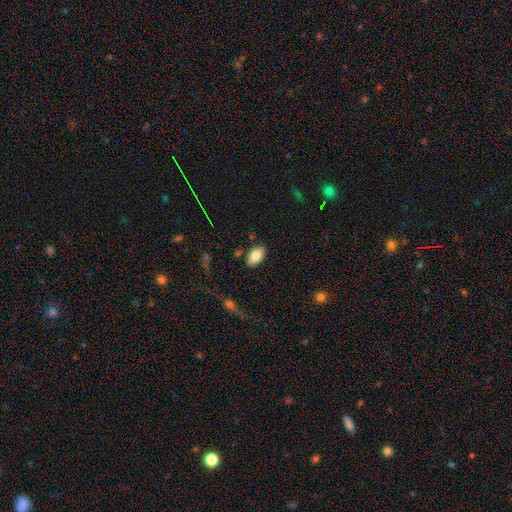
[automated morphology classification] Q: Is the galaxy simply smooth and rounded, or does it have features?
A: smooth — 82%.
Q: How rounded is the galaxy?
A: in between — 93%.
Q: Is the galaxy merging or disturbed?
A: none — 84%.